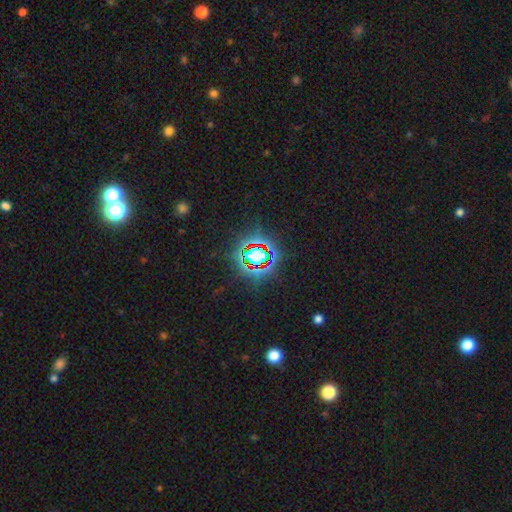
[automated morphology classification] Smooth or featured? star or artifact (75%)